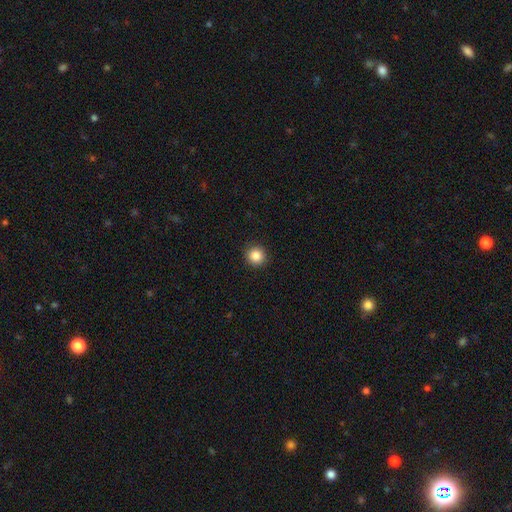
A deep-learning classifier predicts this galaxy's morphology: Q: Smooth or featured?
A: smooth (86%); runner-up: star or artifact (10%)
Q: How rounded?
A: round (94%); runner-up: in between (6%)
Q: Merging?
A: none (93%); runner-up: minor disturbance (5%)